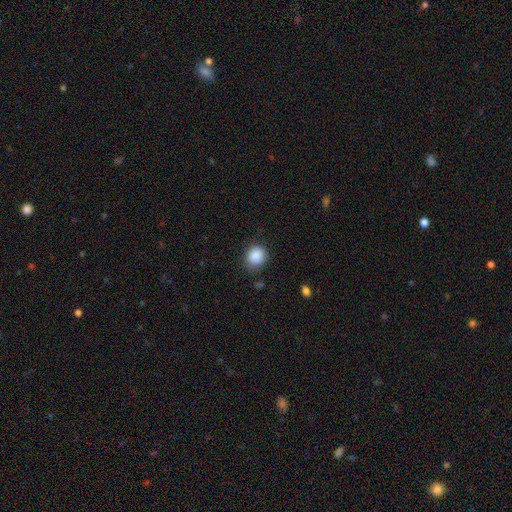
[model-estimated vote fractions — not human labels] This appears to be a smooth galaxy with no disk features (88%) that is round (78%). Merging: none (80%).